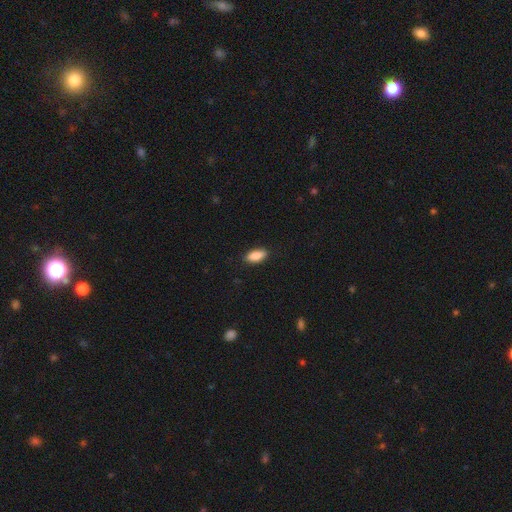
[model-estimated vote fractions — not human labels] A smooth galaxy with no disk features (87%) that is in between round and cigar-shaped (86%). Merging: none (89%).